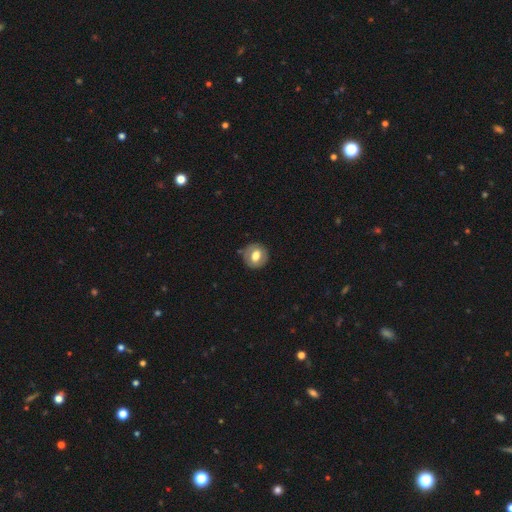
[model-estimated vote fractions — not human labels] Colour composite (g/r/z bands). It shows a smooth galaxy with no disk features (64%) that is round (80%). Merging: none (81%).